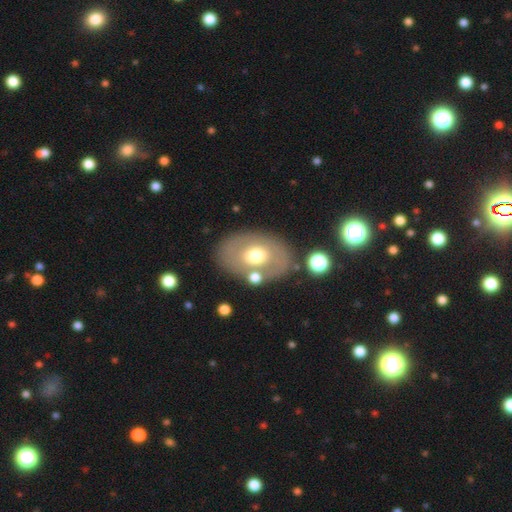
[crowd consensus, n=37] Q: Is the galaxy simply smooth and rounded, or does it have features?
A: featured or disk — 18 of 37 (49%).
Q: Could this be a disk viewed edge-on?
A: no — 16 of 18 (89%).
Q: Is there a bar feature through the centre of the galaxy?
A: no — 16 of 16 (100%).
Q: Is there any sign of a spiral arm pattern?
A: no — 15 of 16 (94%).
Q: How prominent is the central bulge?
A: moderate — 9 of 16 (56%).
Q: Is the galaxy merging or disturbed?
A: none — 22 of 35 (63%).